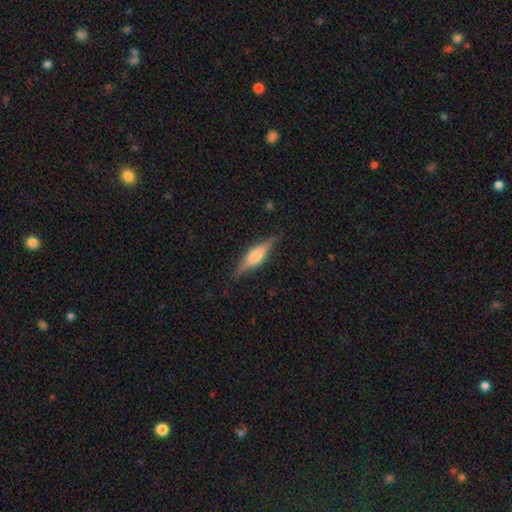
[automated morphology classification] Overall: featured or disk (67%). Edge-on disk: yes (96%). Edge-on bulge: rounded (79%). Merging: none (86%).